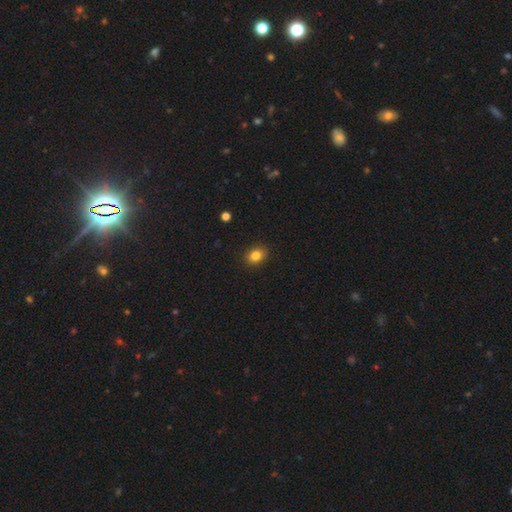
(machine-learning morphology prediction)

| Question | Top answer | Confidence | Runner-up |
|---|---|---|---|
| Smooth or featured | smooth | 83% | star or artifact (11%) |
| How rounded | in between | 57% | round (42%) |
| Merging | none | 89% | minor disturbance (8%) |